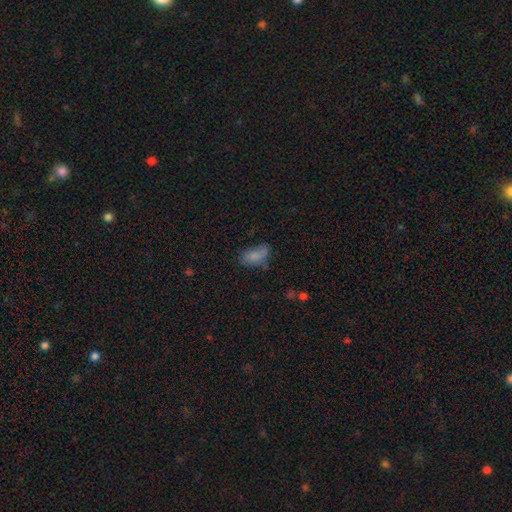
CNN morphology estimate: This appears to be a smooth galaxy with no disk features (75%) that is in between round and cigar-shaped (90%). Merging: none (47%).